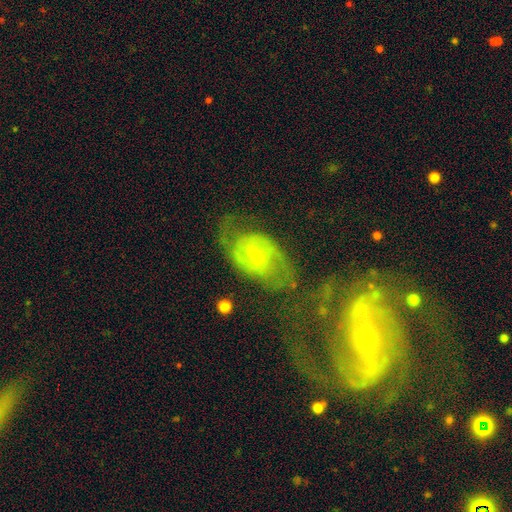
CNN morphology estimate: featured or disk 78%, smooth 14%, star or artifact 8%. Down the decision tree: edge-on disk — no (96%); bar — weak (58%); spiral arms — yes (89%); spiral arm count — 2 (73%); spiral winding — medium (49%); bulge size — small (51%); merging — none (52%).